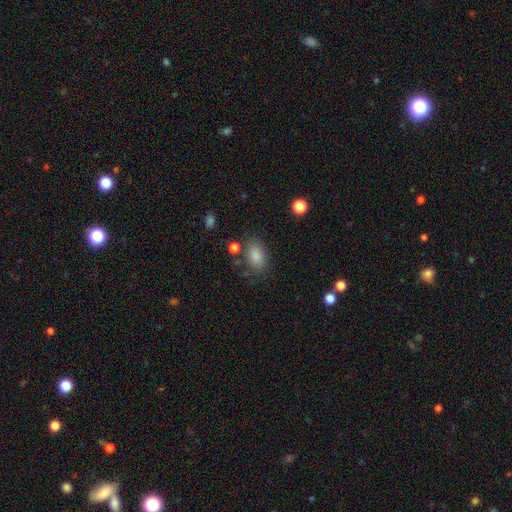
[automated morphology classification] This appears to be a smooth galaxy with no disk features (85%) that is in between round and cigar-shaped (87%). Merging: none (74%).